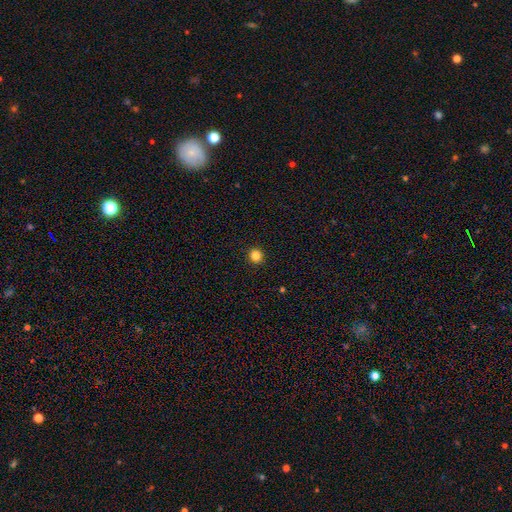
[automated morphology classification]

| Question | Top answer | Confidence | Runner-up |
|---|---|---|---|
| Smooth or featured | smooth | 84% | star or artifact (12%) |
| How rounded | round | 92% | in between (7%) |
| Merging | none | 93% | minor disturbance (5%) |